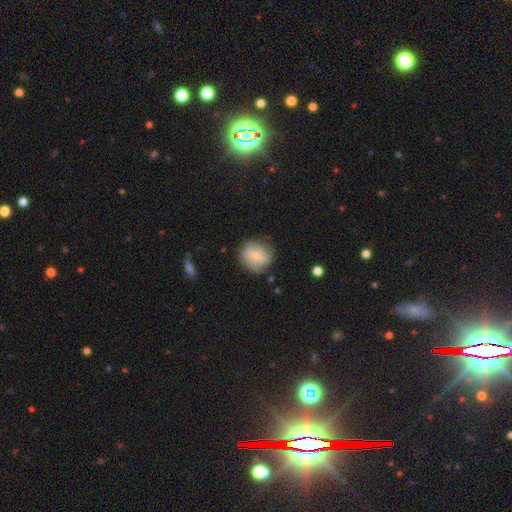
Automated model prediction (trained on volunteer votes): Smooth or featured: smooth — 59% (featured or disk — 34%)
How rounded: round — 79% (in between — 20%)
Merging: none — 70% (minor disturbance — 21%)